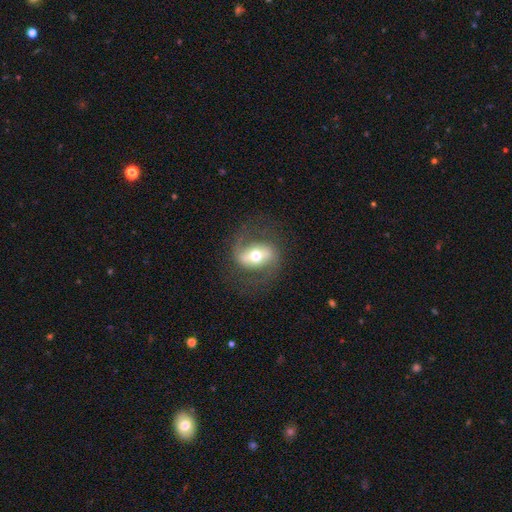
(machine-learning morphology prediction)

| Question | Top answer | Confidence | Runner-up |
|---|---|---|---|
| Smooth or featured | featured or disk | 69% | smooth (24%) |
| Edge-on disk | no | 92% | yes (8%) |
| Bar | strong | 50% | weak (29%) |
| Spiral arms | yes | 77% | no (23%) |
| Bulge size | moderate | 70% | large (16%) |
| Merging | none | 72% | minor disturbance (15%) |